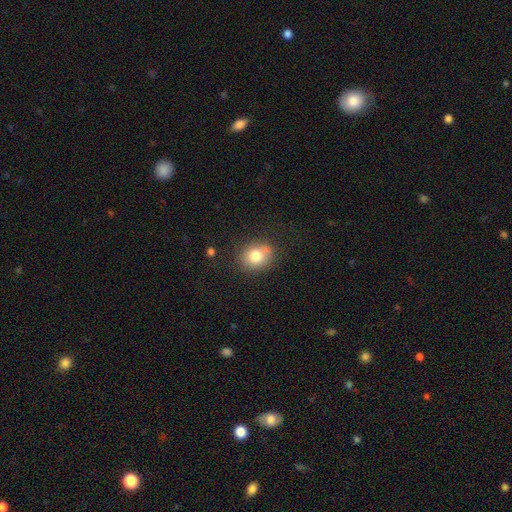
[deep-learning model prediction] This appears to be a smooth galaxy with no disk features (78%) that is round (62%). Merging: none (76%).